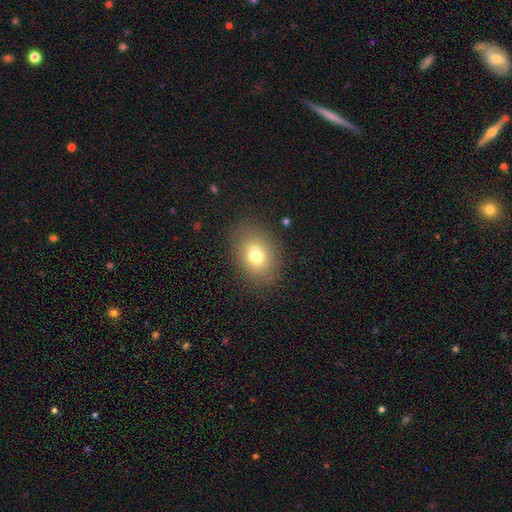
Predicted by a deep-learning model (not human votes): A smooth galaxy with no disk features (75%) that is in between round and cigar-shaped (67%). Merging: none (85%).